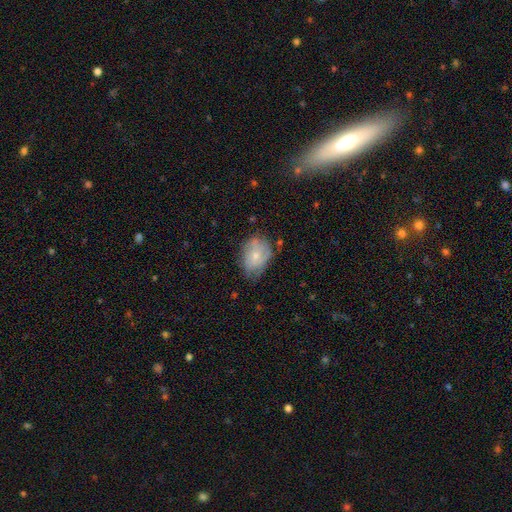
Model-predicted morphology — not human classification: A smooth galaxy with no disk features (57%) that is in between round and cigar-shaped (64%).

Vote fractions:
- Smooth or featured? smooth: 57% / featured or disk: 35% / star or artifact: 8%
- How rounded? in between: 64% / round: 35% / cigar-shaped: 1%
- Merging? none: 52% / minor disturbance: 35% / major disturbance: 12% / merger: 2%